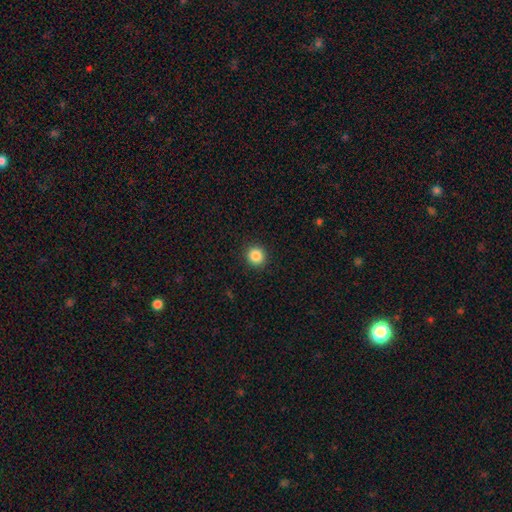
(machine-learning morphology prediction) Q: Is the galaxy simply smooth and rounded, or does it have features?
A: smooth — 86%.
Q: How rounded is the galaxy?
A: round — 93%.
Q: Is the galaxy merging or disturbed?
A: none — 92%.